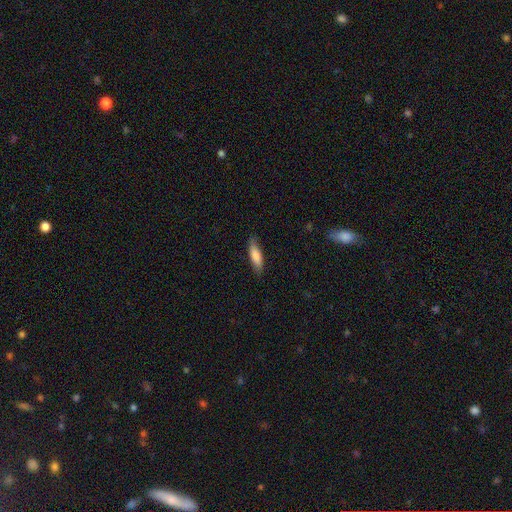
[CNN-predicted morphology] smooth 81%, featured or disk 13%, star or artifact 6%. Down the decision tree: how rounded — cigar-shaped (54%); merging — none (84%).